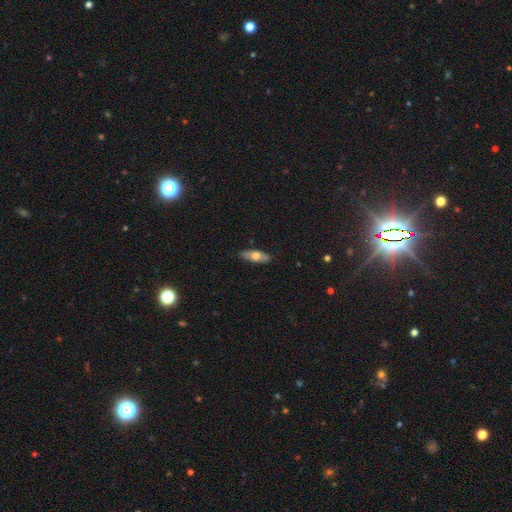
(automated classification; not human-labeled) Overall: smooth (62%; featured or disk 32%). How rounded: in between (74%). Merging: none (86%).